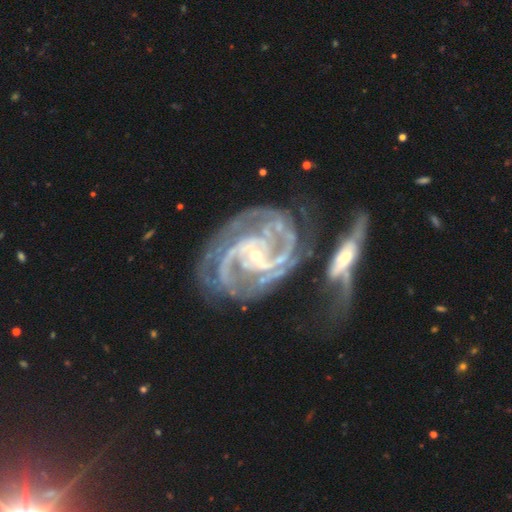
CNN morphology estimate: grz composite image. It shows a featured or disk galaxy (93%) with no bar (49%), 2 (47%) tight (49%) spiral arms (98%) and a small central bulge (75%). Merging: merger (34%).